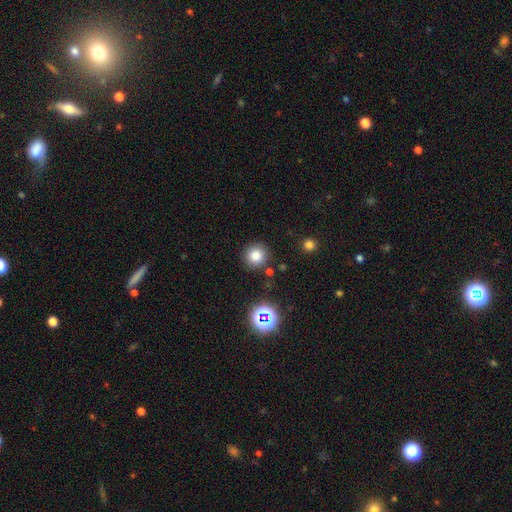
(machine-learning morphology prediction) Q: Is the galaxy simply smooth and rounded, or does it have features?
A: smooth — 77%.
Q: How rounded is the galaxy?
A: round — 94%.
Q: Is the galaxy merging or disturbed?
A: none — 86%.